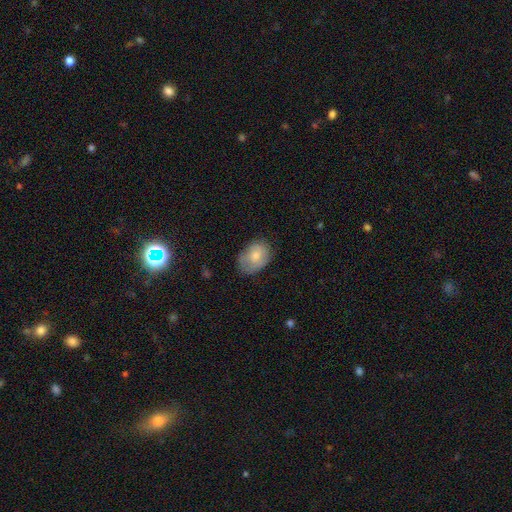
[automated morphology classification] Smooth or featured? Predicted: smooth (p=0.75). How rounded? Predicted: in between (p=0.76). Merging? Predicted: none (p=0.66).